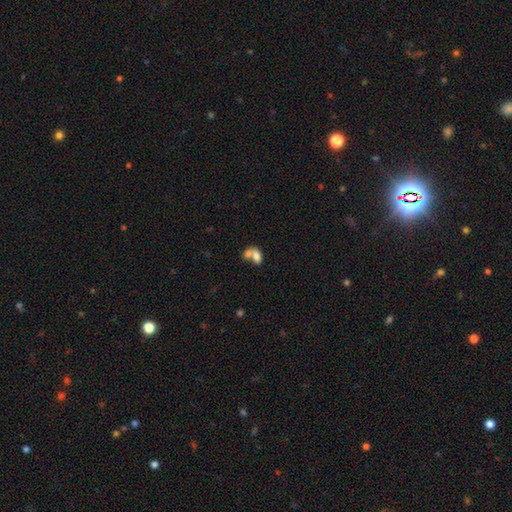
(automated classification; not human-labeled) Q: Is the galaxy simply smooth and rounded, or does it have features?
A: smooth — 73%.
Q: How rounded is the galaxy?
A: in between — 83%.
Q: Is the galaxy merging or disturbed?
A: merger — 68%.